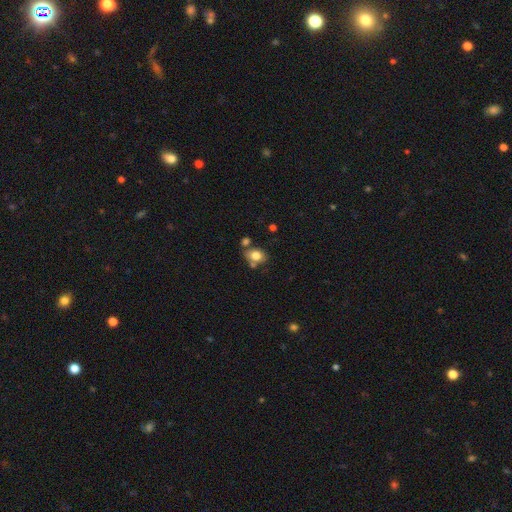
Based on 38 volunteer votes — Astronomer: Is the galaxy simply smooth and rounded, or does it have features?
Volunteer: smooth — 82%.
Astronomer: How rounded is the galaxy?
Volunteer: in between — 81%.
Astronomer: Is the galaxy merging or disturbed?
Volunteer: none — 37%, tied with merger at 37%.